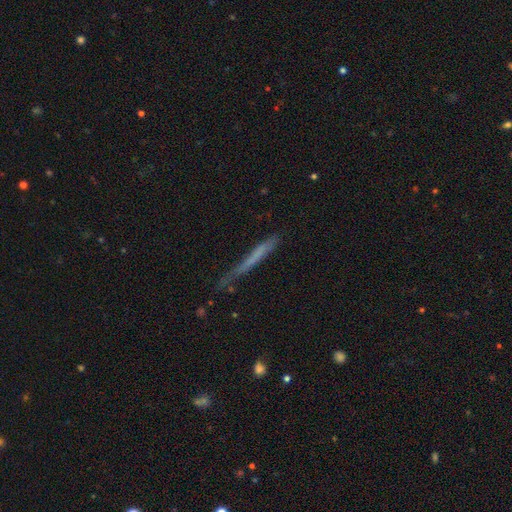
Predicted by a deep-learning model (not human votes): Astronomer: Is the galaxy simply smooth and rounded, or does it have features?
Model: smooth — 55% (runner-up: featured or disk, 35%).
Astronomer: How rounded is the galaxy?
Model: cigar-shaped — 96%.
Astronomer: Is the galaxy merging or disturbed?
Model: none — 61%.